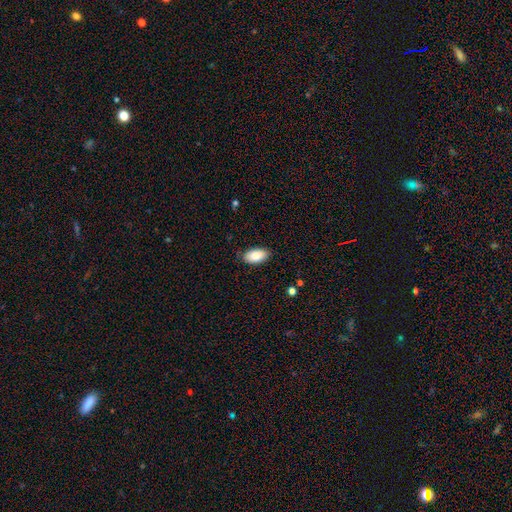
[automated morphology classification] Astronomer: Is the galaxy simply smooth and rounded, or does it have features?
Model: smooth — 85%.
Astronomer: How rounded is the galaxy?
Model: in between — 94%.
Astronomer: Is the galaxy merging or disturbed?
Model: none — 84%.